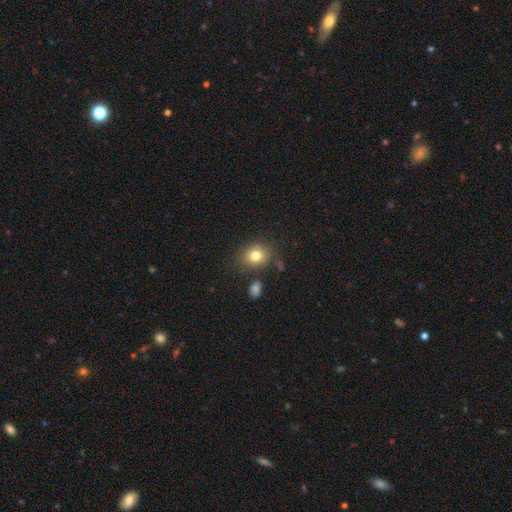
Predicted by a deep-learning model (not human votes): Smooth or featured? smooth (79%)
How rounded? round (66%)
Merging? none (76%)